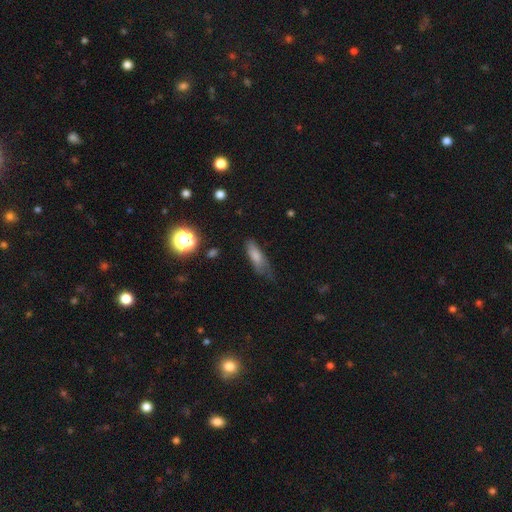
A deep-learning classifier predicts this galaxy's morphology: A smooth galaxy with no disk features (74%) that is in between round and cigar-shaped (57%). Merging: none (44%).